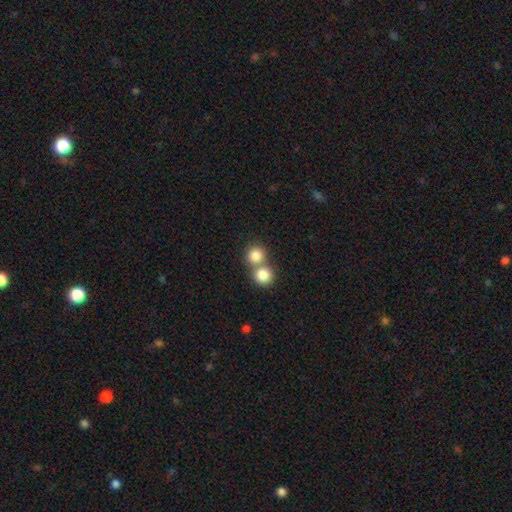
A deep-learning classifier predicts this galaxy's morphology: A smooth galaxy with no disk features (83%) that is round (88%). Merging: merger (49%).